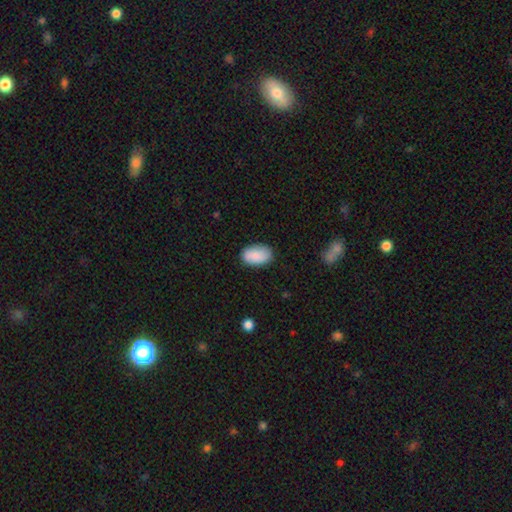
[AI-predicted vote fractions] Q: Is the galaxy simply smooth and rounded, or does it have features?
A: smooth — 87%.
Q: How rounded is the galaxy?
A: in between — 93%.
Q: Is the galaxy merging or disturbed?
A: none — 81%.